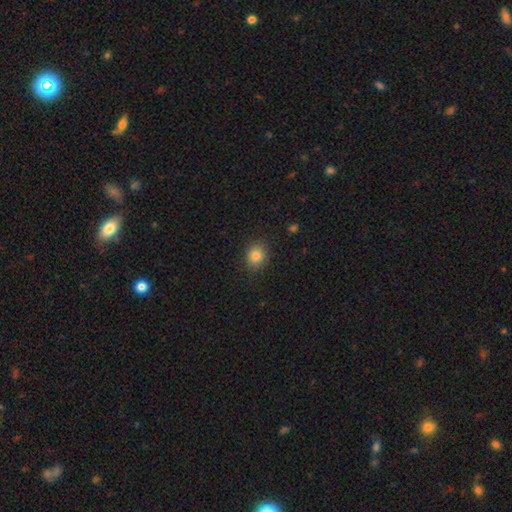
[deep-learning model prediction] smooth_or_featured: smooth (p=0.82) [alt: star or artifact p=0.11]
how_rounded: round (p=0.73) [alt: in between p=0.26]
merging: none (p=0.88) [alt: minor disturbance p=0.08]